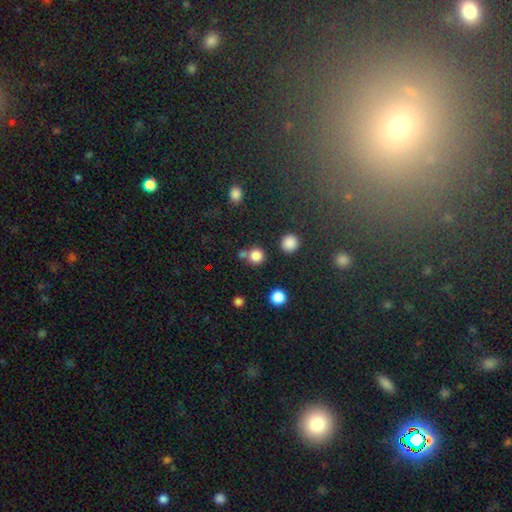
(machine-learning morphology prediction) This is likely a smooth galaxy (80%). How rounded: clearly round (92%). Merging: likely none (66%).